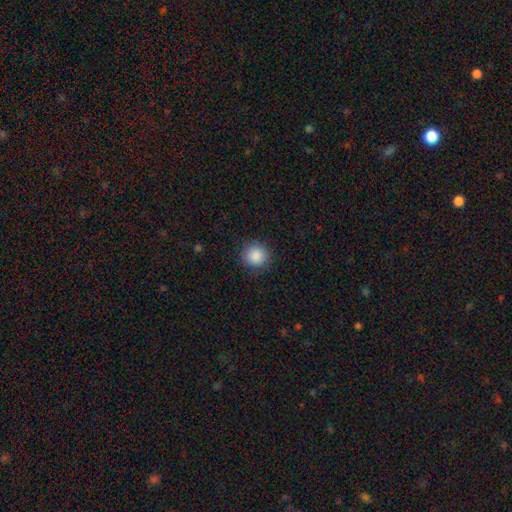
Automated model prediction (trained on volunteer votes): Q: Smooth or featured?
A: smooth (88%); runner-up: star or artifact (9%)
Q: How rounded?
A: round (93%); runner-up: in between (6%)
Q: Merging?
A: none (88%); runner-up: minor disturbance (8%)